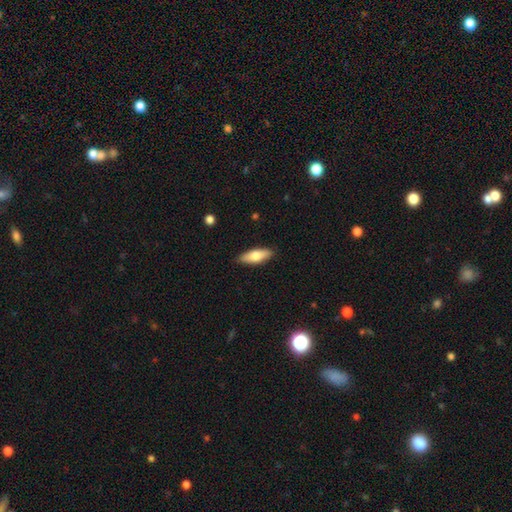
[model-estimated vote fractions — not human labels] Smooth or featured? smooth (72%)
How rounded? in between (63%)
Merging? none (89%)